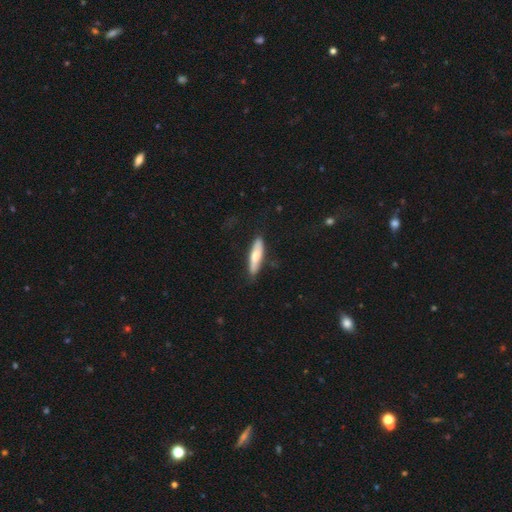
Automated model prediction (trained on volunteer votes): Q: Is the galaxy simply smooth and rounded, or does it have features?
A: smooth — 65%.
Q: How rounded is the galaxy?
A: cigar-shaped — 76%.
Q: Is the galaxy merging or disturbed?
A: none — 79%.